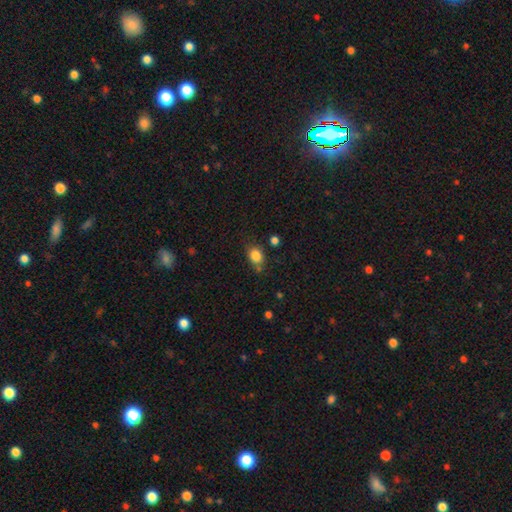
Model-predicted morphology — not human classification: A smooth galaxy with no disk features (84%) that is in between round and cigar-shaped (52%).

Vote fractions:
- Smooth or featured? smooth: 84% / star or artifact: 10% / featured or disk: 5%
- How rounded? in between: 52% / round: 47% / cigar-shaped: 1%
- Merging? none: 69% / minor disturbance: 18% / merger: 7% / major disturbance: 5%